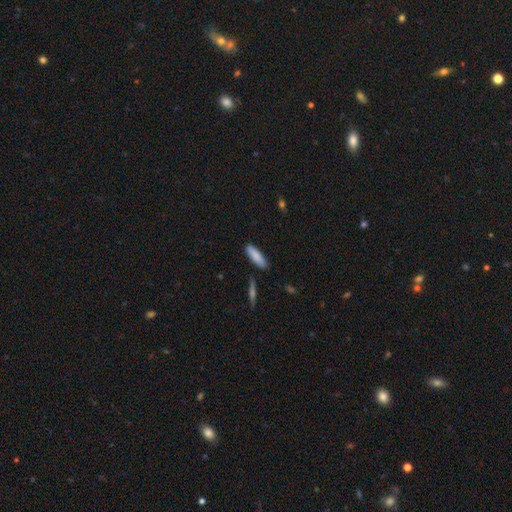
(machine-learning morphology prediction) type=smooth (86%); roundness=cigar-shaped (58%); merging=none (84%).